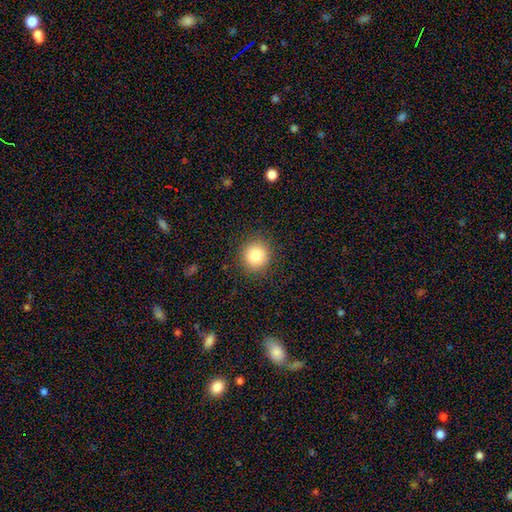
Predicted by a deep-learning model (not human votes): A smooth galaxy with no disk features (84%) that is round (92%). Merging: none (90%).